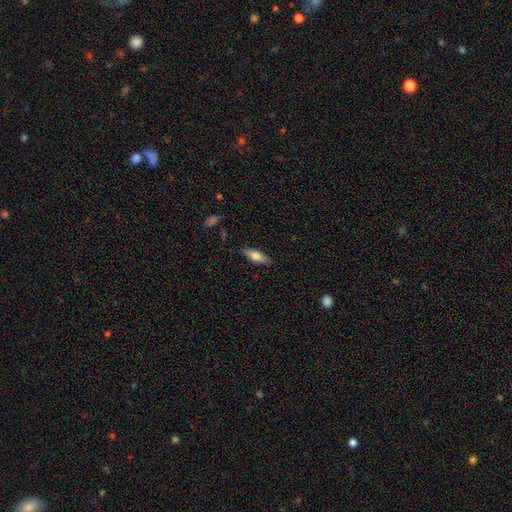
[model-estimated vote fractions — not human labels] A smooth galaxy with no disk features (75%) that is in between round and cigar-shaped (67%). Merging: none (84%).